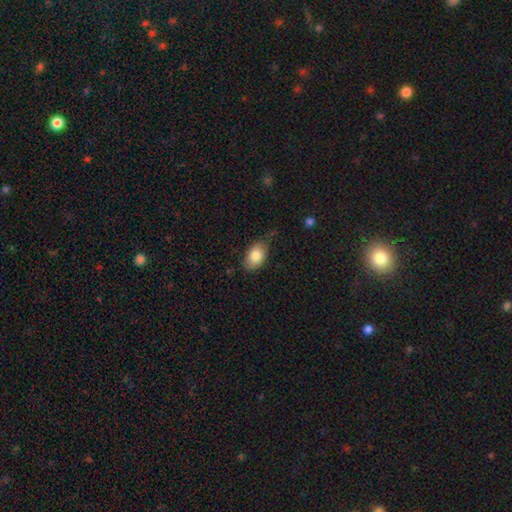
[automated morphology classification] smooth 84%, featured or disk 9%, star or artifact 7%. Down the decision tree: how rounded — in between (89%); merging — none (66%).